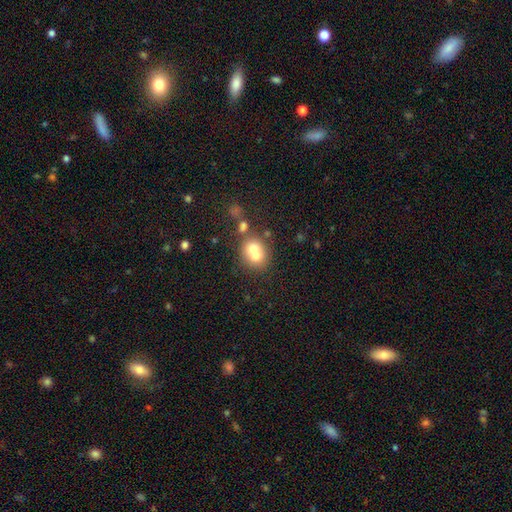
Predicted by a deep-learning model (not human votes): Smooth or featured? Predicted: smooth (p=0.65). How rounded? Predicted: round (p=0.70). Merging? Predicted: merger (p=0.62).